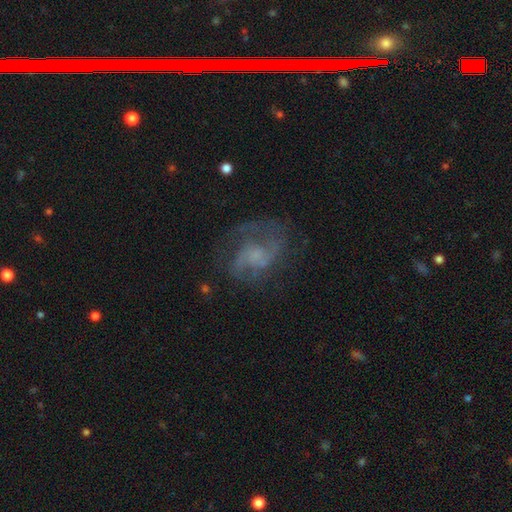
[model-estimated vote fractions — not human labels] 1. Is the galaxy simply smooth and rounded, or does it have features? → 76% featured or disk, 14% smooth, 10% star or artifact.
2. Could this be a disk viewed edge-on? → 98% no, 2% yes.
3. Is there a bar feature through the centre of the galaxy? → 62% no, 32% weak, 5% strong.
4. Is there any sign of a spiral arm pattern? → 90% yes, 10% no.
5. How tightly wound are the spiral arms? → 49% medium, 30% loose, 20% tight.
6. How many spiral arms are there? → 69% 2, 13% can't tell, 8% 1, 6% 3, 2% 4, 2% more than 4.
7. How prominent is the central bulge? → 38% none, 36% small, 20% moderate, 5% large, 1% dominant.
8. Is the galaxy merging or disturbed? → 63% none, 18% minor disturbance, 17% major disturbance, 2% merger.